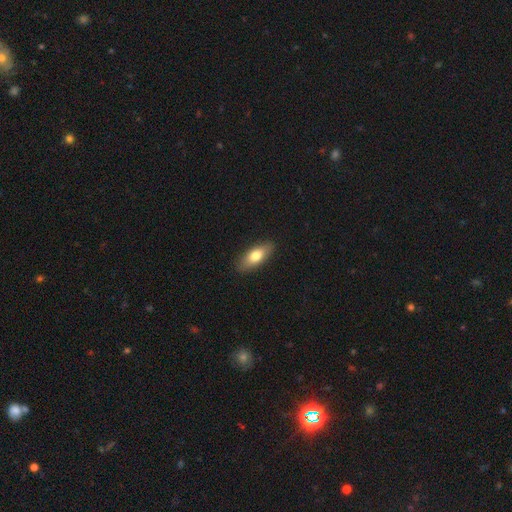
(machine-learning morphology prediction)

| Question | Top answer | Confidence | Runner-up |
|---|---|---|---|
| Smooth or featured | smooth | 74% | featured or disk (20%) |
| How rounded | in between | 76% | cigar-shaped (21%) |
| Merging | none | 88% | minor disturbance (9%) |